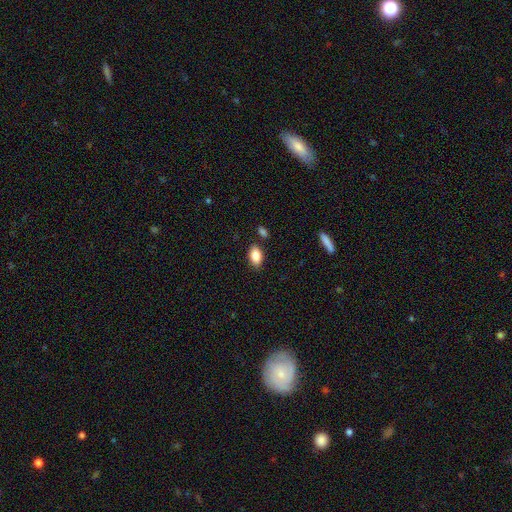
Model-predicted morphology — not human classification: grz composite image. It shows a smooth galaxy with no disk features (87%) that is in between round and cigar-shaped (91%). Merging: none (82%).